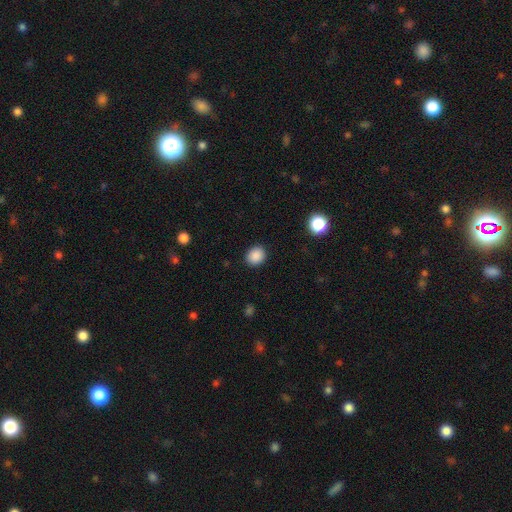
A smooth galaxy with no disk features (95%) that is round (66%). Merging: none (91%).